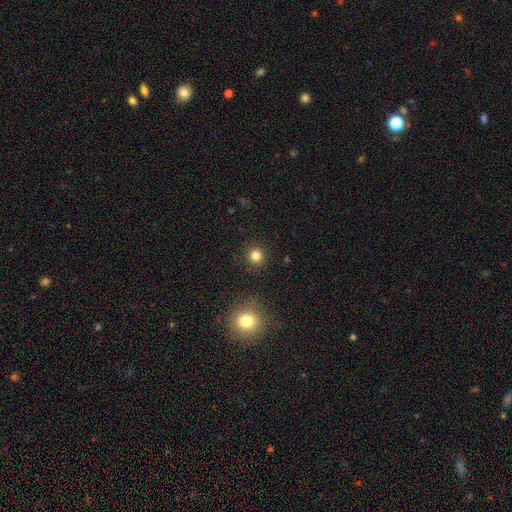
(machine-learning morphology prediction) Overall: smooth (81%). How rounded: round (94%). Merging: none (91%).